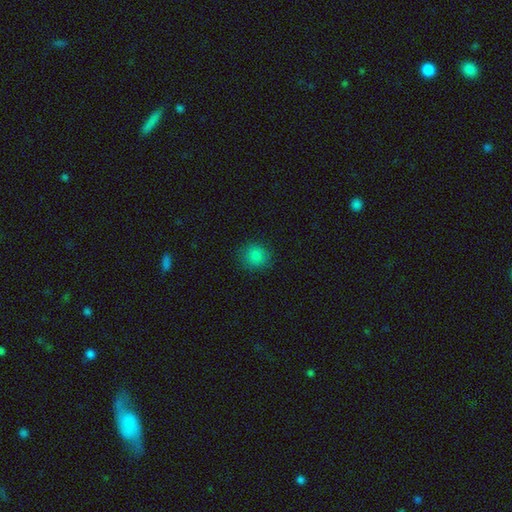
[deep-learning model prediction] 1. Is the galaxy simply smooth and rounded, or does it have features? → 84% smooth, 12% star or artifact, 4% featured or disk.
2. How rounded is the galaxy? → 88% round, 11% in between, 1% cigar-shaped.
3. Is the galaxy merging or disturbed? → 85% none, 10% minor disturbance, 3% major disturbance, 1% merger.